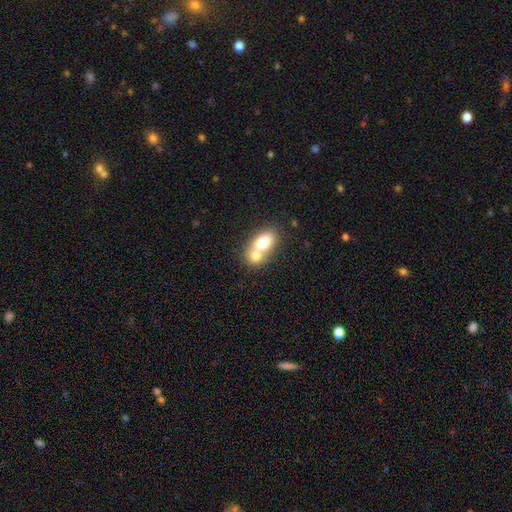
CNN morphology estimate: Overall: smooth (71%). How rounded: in between (77%). Merging: merger (68%).